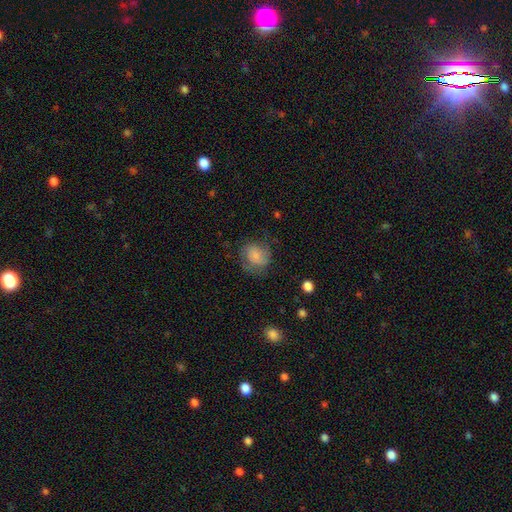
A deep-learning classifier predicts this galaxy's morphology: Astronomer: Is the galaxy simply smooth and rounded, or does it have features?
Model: smooth — 68%.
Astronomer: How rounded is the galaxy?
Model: round — 63%.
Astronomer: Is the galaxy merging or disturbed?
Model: none — 59%.